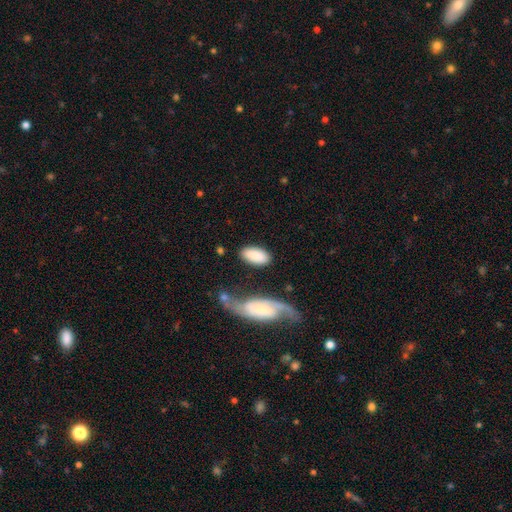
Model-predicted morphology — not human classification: A smooth galaxy with no disk features (84%) that is in between round and cigar-shaped (93%).

Vote fractions:
- Smooth or featured? smooth: 84% / featured or disk: 10% / star or artifact: 5%
- How rounded? in between: 93% / cigar-shaped: 4% / round: 2%
- Merging? none: 67% / minor disturbance: 17% / merger: 9% / major disturbance: 7%